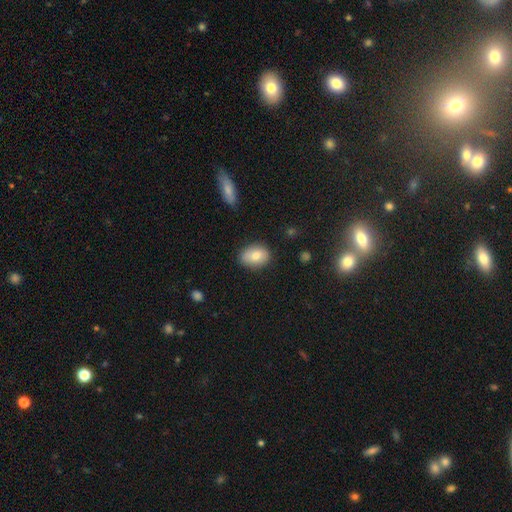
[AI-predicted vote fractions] Morphology: type=smooth (77%); roundness=in between (71%); merging=none (80%).